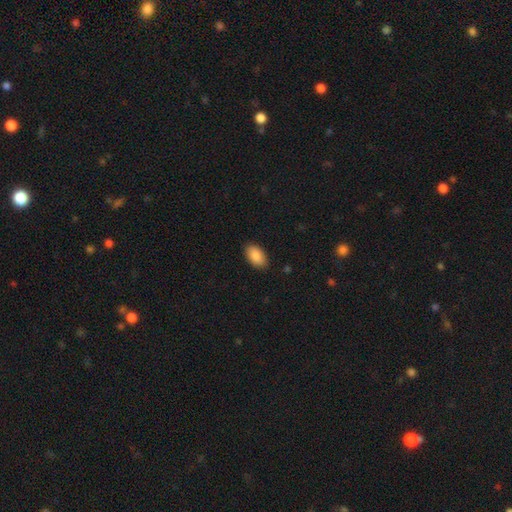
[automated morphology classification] The model was most divided on "merging": none: 87%, minor disturbance: 10%, major disturbance: 2%, merger: 1%. More confident: how rounded — in between (94%); smooth or featured — smooth (89%).